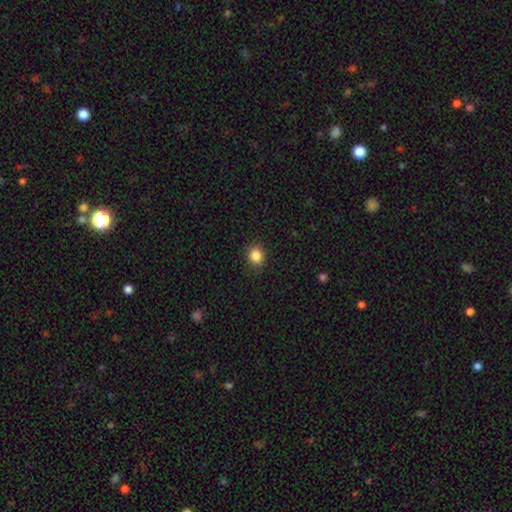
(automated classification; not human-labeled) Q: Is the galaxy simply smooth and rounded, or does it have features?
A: smooth — 86%.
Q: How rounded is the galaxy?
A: round — 74%.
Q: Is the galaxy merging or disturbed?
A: none — 88%.